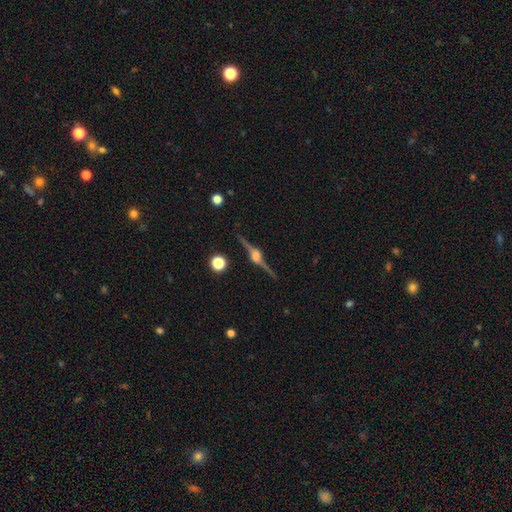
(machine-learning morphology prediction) Q: Smooth or featured?
A: featured or disk (88%); runner-up: star or artifact (7%)
Q: Edge-on disk?
A: yes (98%); runner-up: no (2%)
Q: Edge-on bulge?
A: rounded (91%); runner-up: boxy (8%)
Q: Merging?
A: none (89%); runner-up: minor disturbance (8%)